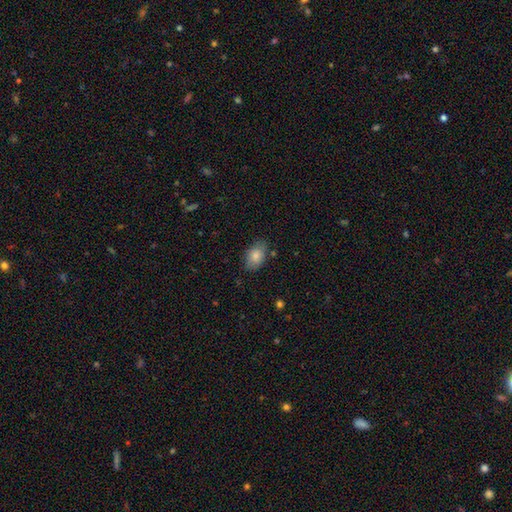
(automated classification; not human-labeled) This is likely a smooth galaxy (80%). How rounded: clearly in between (87%). Merging: likely none (72%).